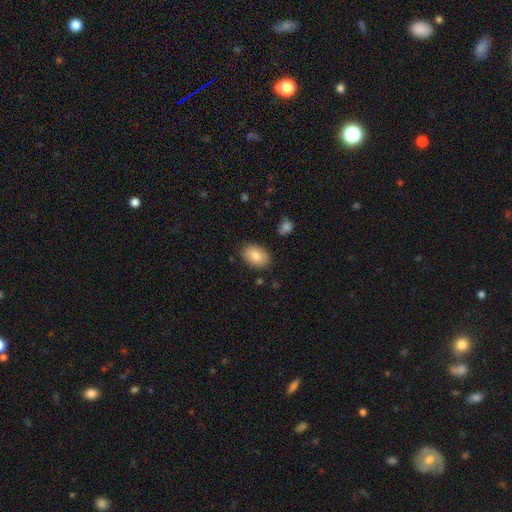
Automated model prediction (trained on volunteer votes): This appears to be a smooth galaxy with no disk features (84%) that is in between round and cigar-shaped (87%). Merging: none (85%).